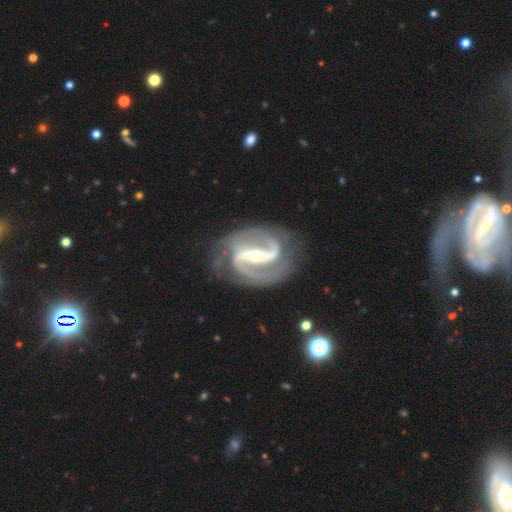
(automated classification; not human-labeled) This is clearly a featured or disk galaxy (93%). It is clearly not viewed edge-on (98%). Bar: likely strong (73%). Spiral arm pattern: clearly yes (98%). Spiral arm count: clearly 2 (92%). Spiral winding: possibly medium (57%). Central bulge: possibly small (56%). Merging: likely none (76%).